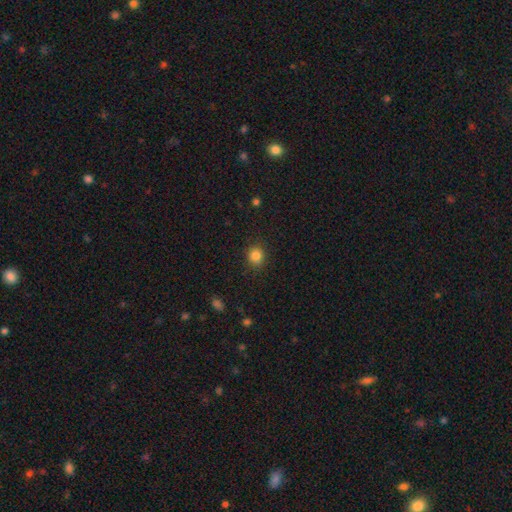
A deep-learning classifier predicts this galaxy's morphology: This appears to be a smooth galaxy with no disk features (84%) that is round (82%). Merging: none (89%).